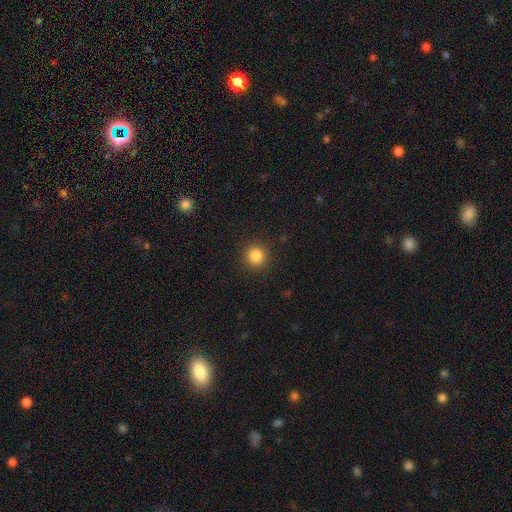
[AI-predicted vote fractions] A smooth galaxy with no disk features (85%) that is round (93%).

Vote fractions:
- Smooth or featured? smooth: 85% / star or artifact: 11% / featured or disk: 4%
- How rounded? round: 93% / in between: 6% / cigar-shaped: 1%
- Merging? none: 91% / minor disturbance: 6% / major disturbance: 2% / merger: 1%